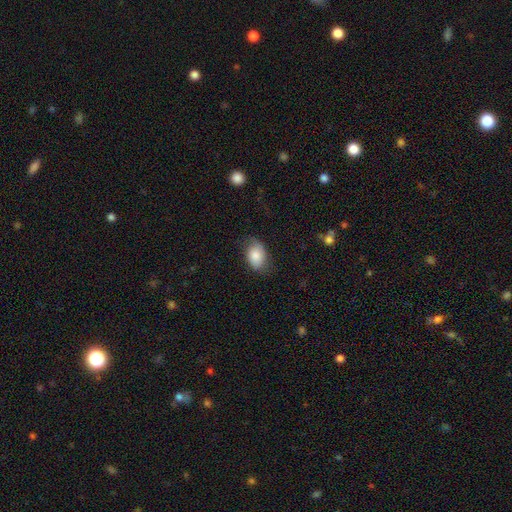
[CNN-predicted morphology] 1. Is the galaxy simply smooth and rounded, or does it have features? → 81% smooth, 12% featured or disk, 7% star or artifact.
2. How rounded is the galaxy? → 87% in between, 12% round, 1% cigar-shaped.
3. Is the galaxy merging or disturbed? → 63% none, 27% minor disturbance, 8% major disturbance, 1% merger.